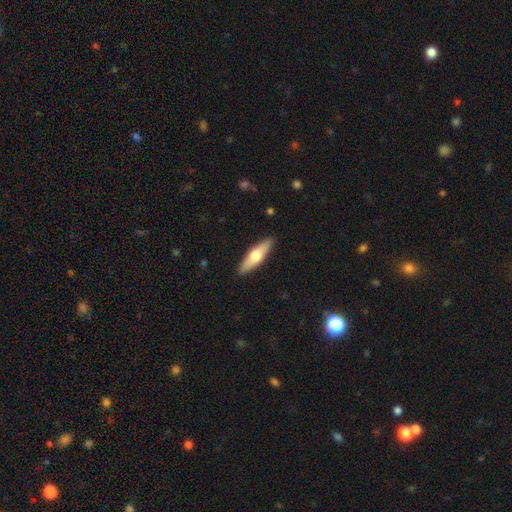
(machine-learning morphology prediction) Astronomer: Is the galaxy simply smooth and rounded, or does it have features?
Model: smooth — 56% (runner-up: featured or disk, 39%).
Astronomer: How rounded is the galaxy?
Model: cigar-shaped — 62%.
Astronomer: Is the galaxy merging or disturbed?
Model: none — 90%.